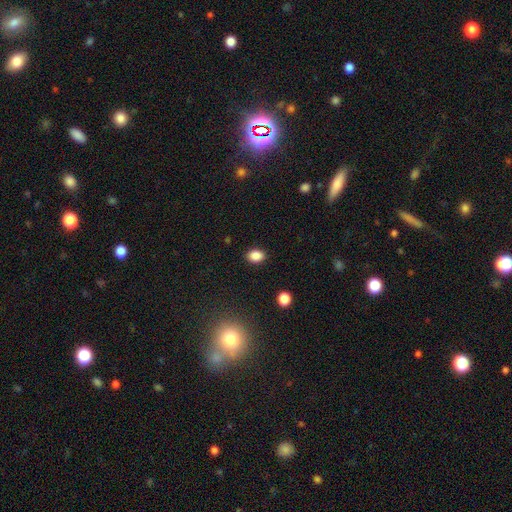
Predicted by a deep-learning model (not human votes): Overall: smooth (87%). How rounded: in between (67%; round 31%). Merging: none (88%).